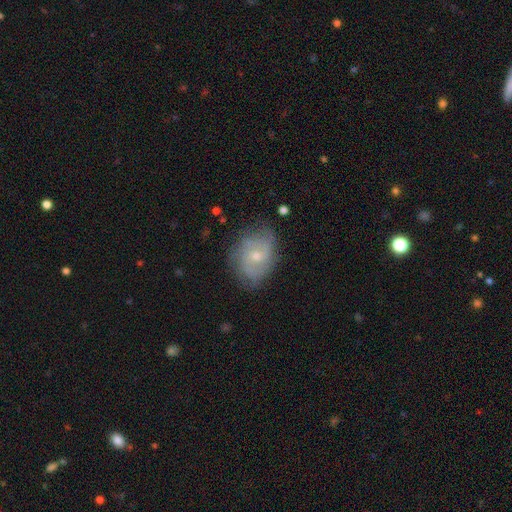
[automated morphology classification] smooth_or_featured: featured or disk (p=0.62) [alt: smooth p=0.30]
disk_edge_on: no (p=0.97) [alt: yes p=0.03]
bar: no (p=0.66) [alt: weak p=0.30]
has_spiral_arms: yes (p=0.81) [alt: no p=0.19]
bulge_size: small (p=0.51) [alt: moderate p=0.45]
merging: none (p=0.67) [alt: minor disturbance p=0.23]